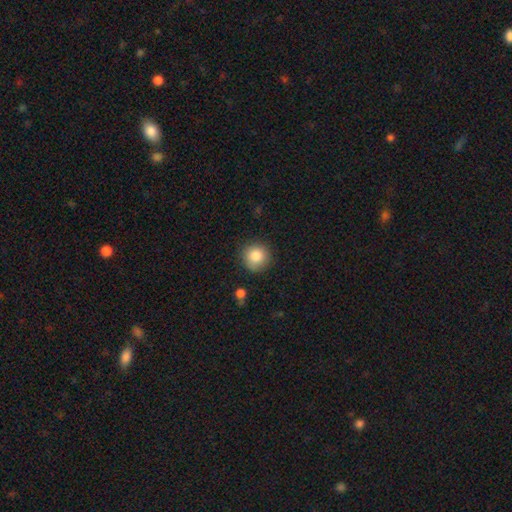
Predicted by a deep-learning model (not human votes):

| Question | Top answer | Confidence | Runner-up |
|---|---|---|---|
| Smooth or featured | smooth | 84% | star or artifact (9%) |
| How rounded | round | 94% | in between (5%) |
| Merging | none | 86% | minor disturbance (10%) |